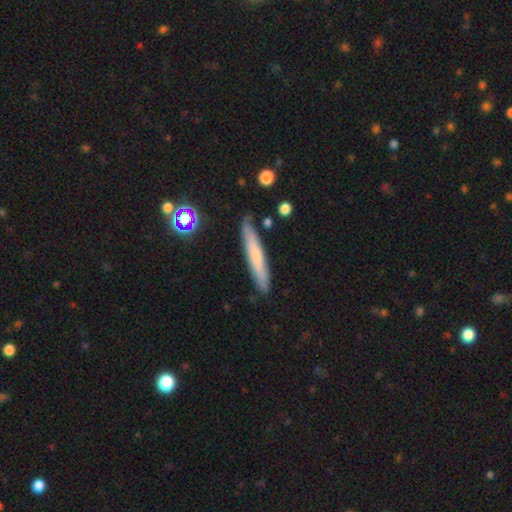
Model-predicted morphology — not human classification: Smooth or featured? Predicted: smooth (p=0.61). How rounded? Predicted: cigar-shaped (p=0.93). Merging? Predicted: none (p=0.84).